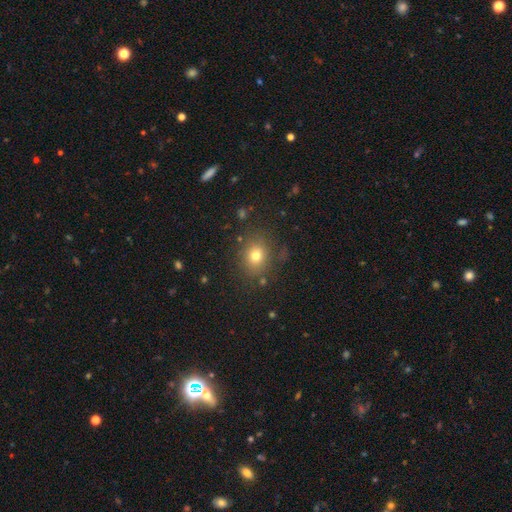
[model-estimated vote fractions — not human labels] smooth_or_featured: smooth (p=0.74) [alt: star or artifact p=0.16]
how_rounded: round (p=0.65) [alt: in between p=0.34]
merging: none (p=0.81) [alt: minor disturbance p=0.12]